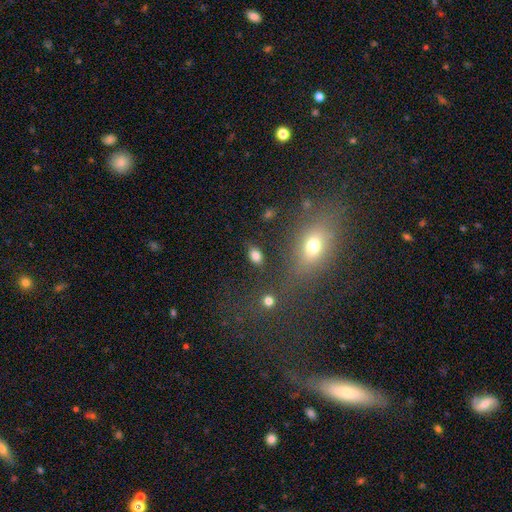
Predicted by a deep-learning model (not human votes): smooth_or_featured: smooth (p=0.83) [alt: star or artifact p=0.11]
how_rounded: in between (p=0.85) [alt: round p=0.13]
merging: none (p=0.83) [alt: minor disturbance p=0.10]